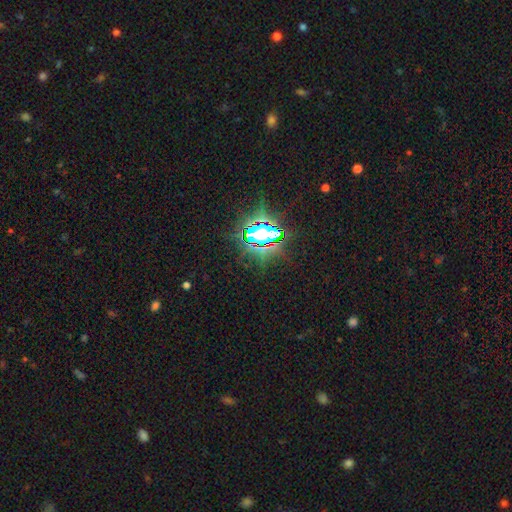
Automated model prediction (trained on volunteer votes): This appears to be a star or artifact, not a galaxy (84%).